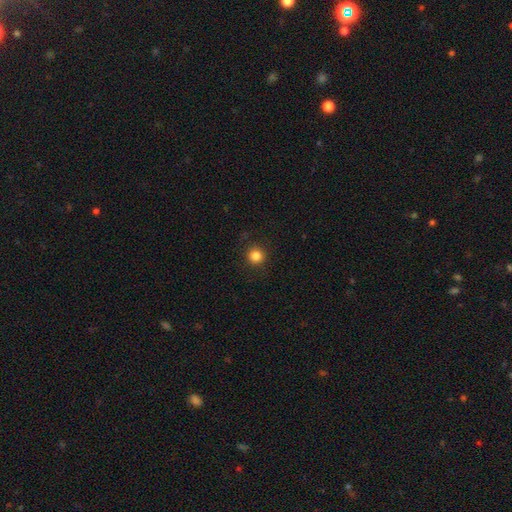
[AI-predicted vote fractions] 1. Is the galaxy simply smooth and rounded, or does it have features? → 84% smooth, 12% star or artifact, 4% featured or disk.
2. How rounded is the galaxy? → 95% round, 4% in between, 1% cigar-shaped.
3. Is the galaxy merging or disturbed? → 91% none, 6% minor disturbance, 2% major disturbance, 1% merger.